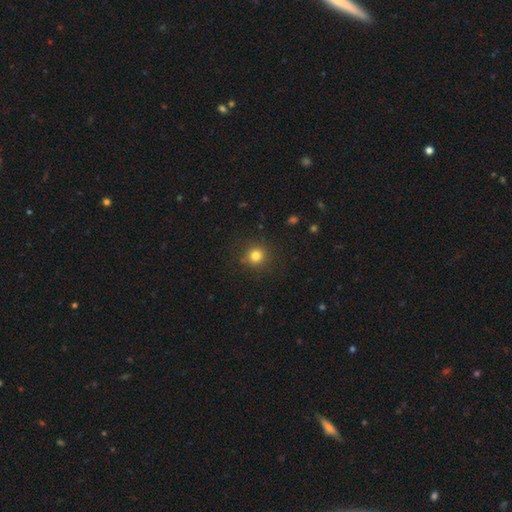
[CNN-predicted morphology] A smooth galaxy with no disk features (81%) that is round (92%).

Vote fractions:
- Smooth or featured? smooth: 81% / star or artifact: 13% / featured or disk: 6%
- How rounded? round: 92% / in between: 7% / cigar-shaped: 1%
- Merging? none: 88% / minor disturbance: 8% / major disturbance: 3% / merger: 2%